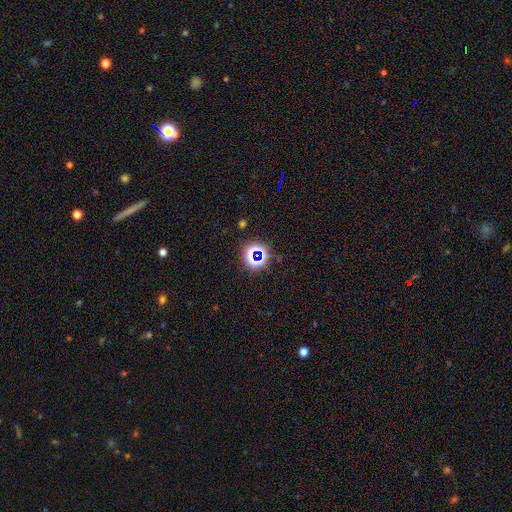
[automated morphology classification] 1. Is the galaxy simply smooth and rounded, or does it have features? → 71% star or artifact, 21% smooth, 9% featured or disk.